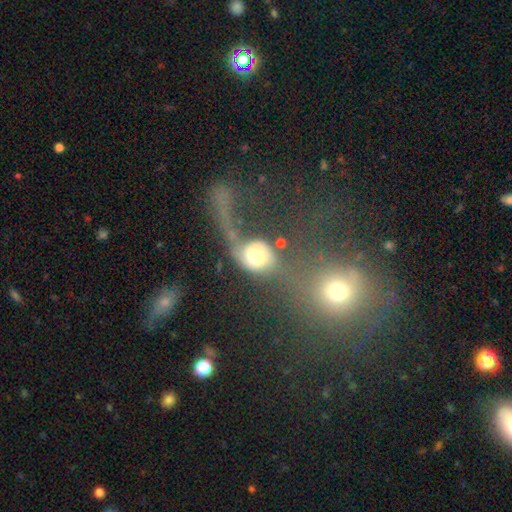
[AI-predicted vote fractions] Smooth or featured: smooth — 52% (featured or disk — 36%)
How rounded: round — 65% (in between — 32%)
Merging: major disturbance — 42% (none — 23%)